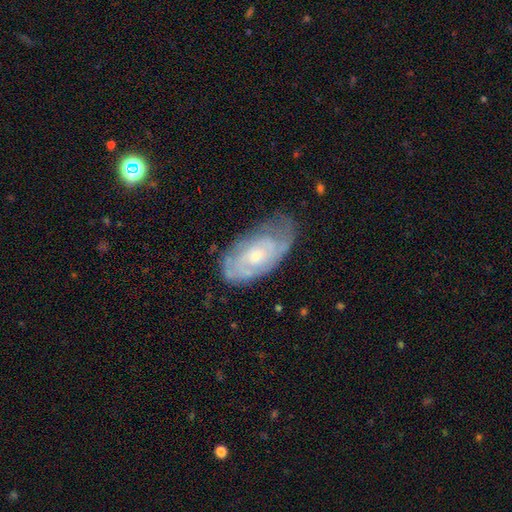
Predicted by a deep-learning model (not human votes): Overall: featured or disk (74%). Edge-on disk: no (94%). Bar: no (74%). Spiral arms: yes (87%). Spiral arm count: can't tell (50%; 2 28%). Spiral winding: tight (65%; medium 27%). Bulge size: small (49%; moderate 44%). Merging: none (60%; minor disturbance 28%).